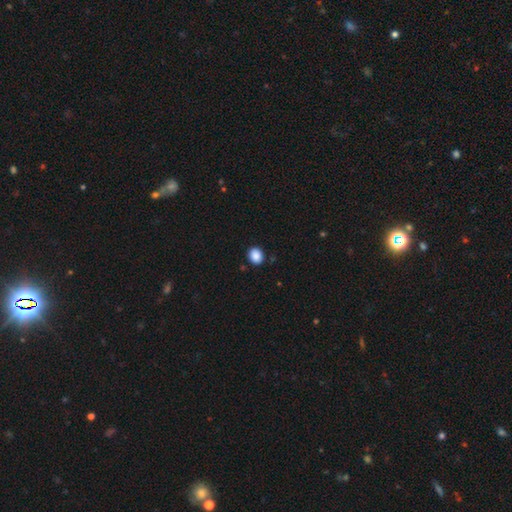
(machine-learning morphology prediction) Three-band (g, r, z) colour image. It shows a smooth galaxy with no disk features (89%) that is round (60%). Merging: none (89%).